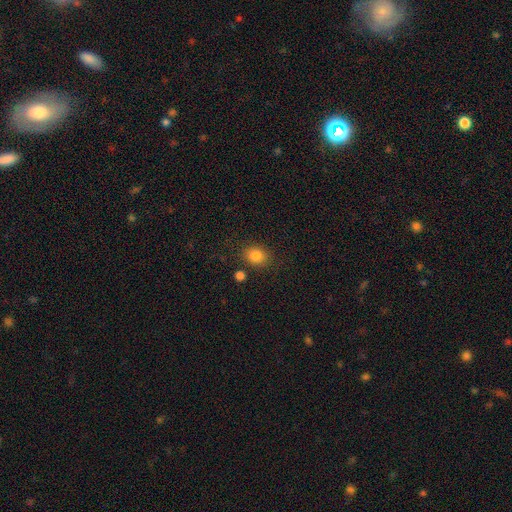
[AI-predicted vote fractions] Smooth or featured? Predicted: smooth (p=0.85). How rounded? Predicted: round (p=0.50). Merging? Predicted: none (p=0.81).